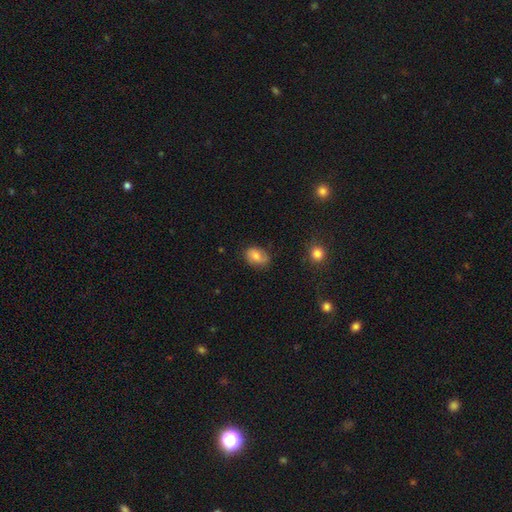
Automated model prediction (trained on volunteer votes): Q: Smooth or featured?
A: smooth (67%); runner-up: featured or disk (24%)
Q: How rounded?
A: in between (80%); runner-up: round (19%)
Q: Merging?
A: none (71%); runner-up: minor disturbance (22%)